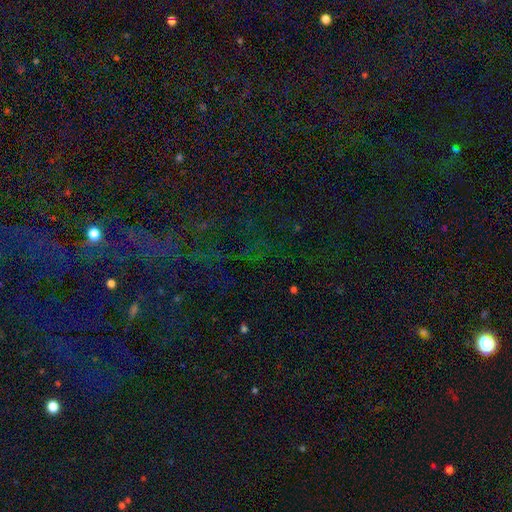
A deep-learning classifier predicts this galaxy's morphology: A star or artifact, not a galaxy (79%).